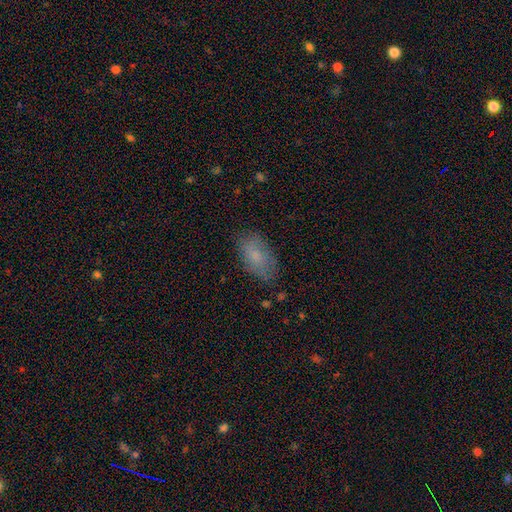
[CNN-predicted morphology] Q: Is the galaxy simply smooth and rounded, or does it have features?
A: smooth — 77%.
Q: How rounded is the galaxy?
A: in between — 93%.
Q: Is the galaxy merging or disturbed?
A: none — 74%.